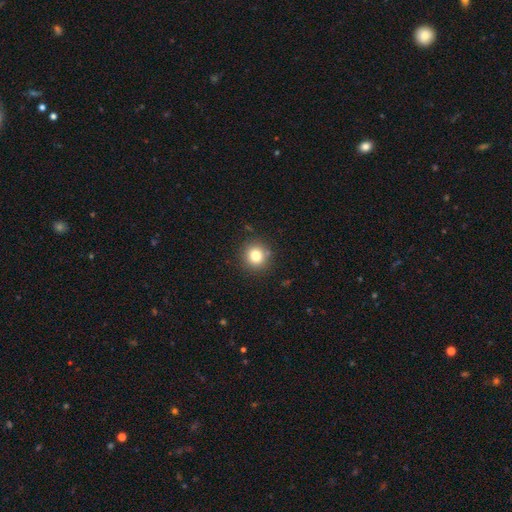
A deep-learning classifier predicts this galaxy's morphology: Smooth or featured? smooth (79%)
How rounded? round (91%)
Merging? none (88%)